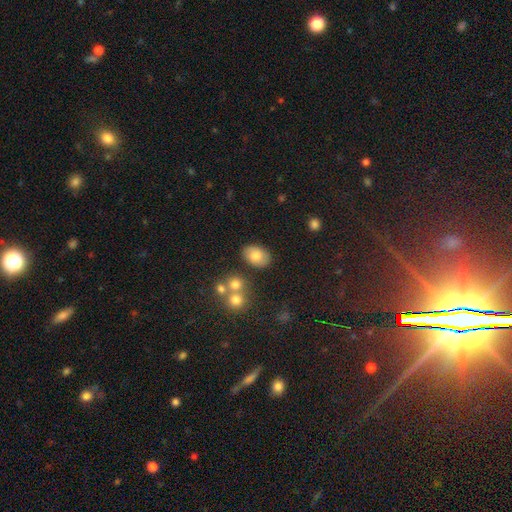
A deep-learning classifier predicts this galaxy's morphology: This appears to be a smooth galaxy with no disk features (74%) that is in between round and cigar-shaped (85%). Merging: none (80%).